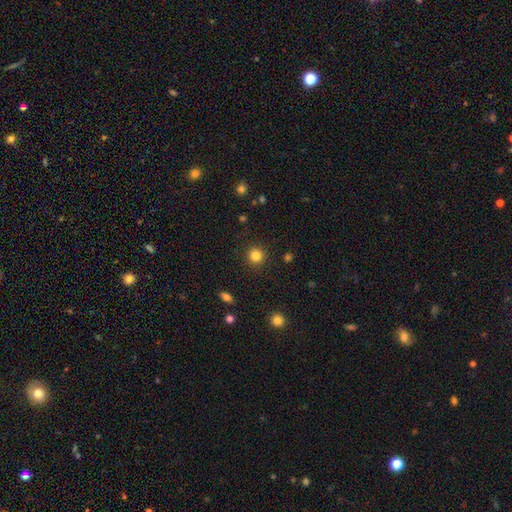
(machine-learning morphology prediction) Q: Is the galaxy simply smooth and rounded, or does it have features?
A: smooth — 83%.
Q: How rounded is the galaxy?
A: round — 94%.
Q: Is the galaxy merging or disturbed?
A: none — 91%.